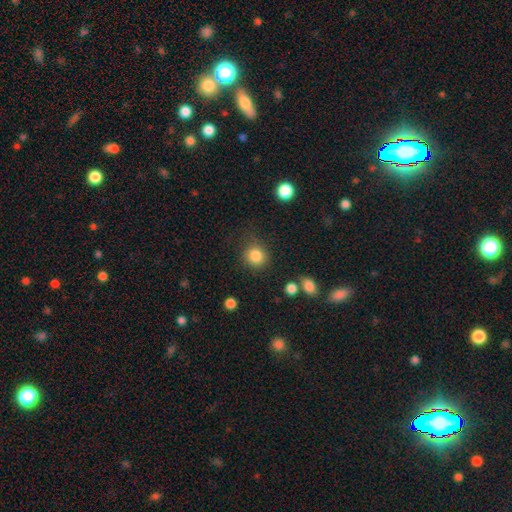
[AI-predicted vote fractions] Smooth or featured? Predicted: smooth (p=0.85). How rounded? Predicted: round (p=0.90). Merging? Predicted: none (p=0.80).